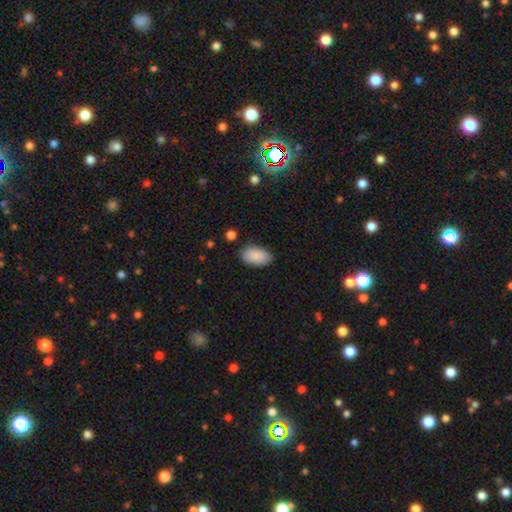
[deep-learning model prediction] This is clearly a smooth galaxy (90%). How rounded: clearly in between (95%). Merging: clearly none (82%).